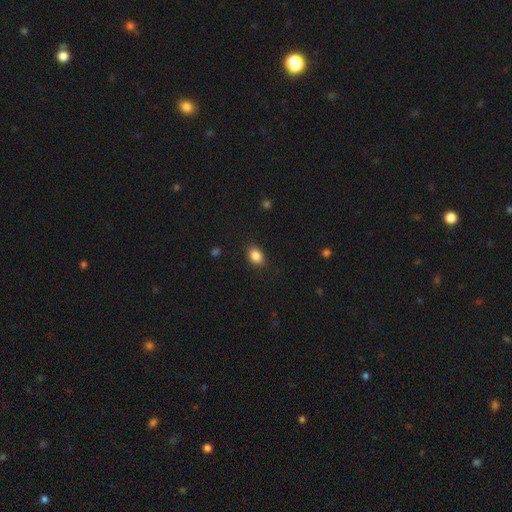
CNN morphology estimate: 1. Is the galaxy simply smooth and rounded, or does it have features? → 87% smooth, 9% star or artifact, 4% featured or disk.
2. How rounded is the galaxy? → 79% in between, 20% round, 1% cigar-shaped.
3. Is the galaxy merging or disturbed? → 88% none, 9% minor disturbance, 2% major disturbance, 1% merger.